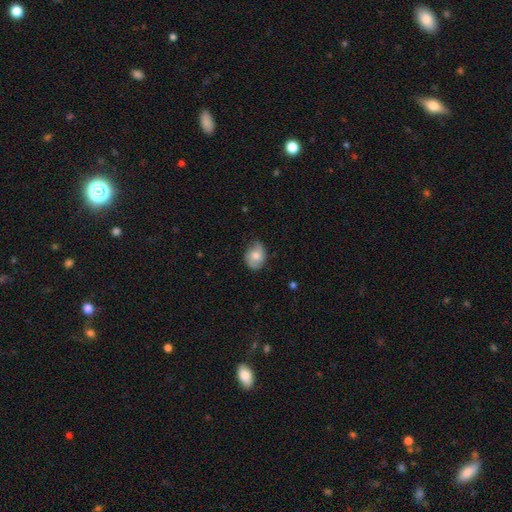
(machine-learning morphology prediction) This is likely a smooth galaxy (61%). How rounded: likely in between (62%). Merging: likely none (67%).